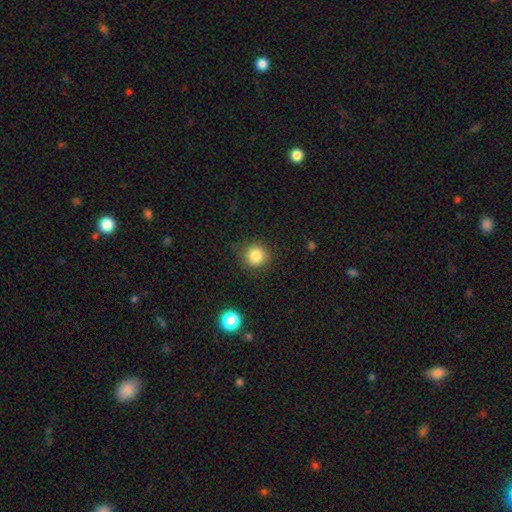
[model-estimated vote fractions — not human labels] Smooth or featured: smooth — 84% (star or artifact — 11%)
How rounded: round — 92% (in between — 7%)
Merging: none — 85% (minor disturbance — 10%)